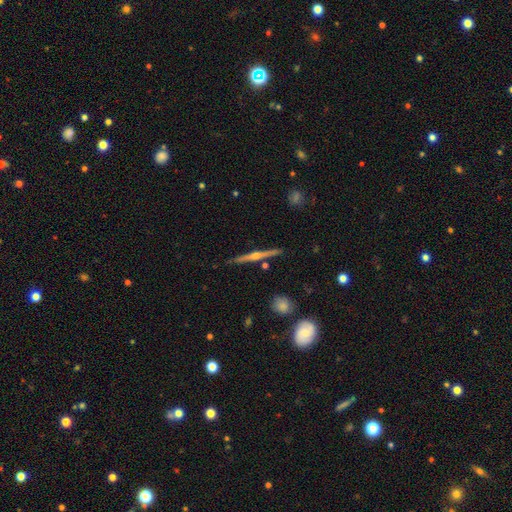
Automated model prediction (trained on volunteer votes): A featured or disk galaxy (79%) viewed edge-on (98%) with a rounded central bulge (90%). Merging: none (90%).